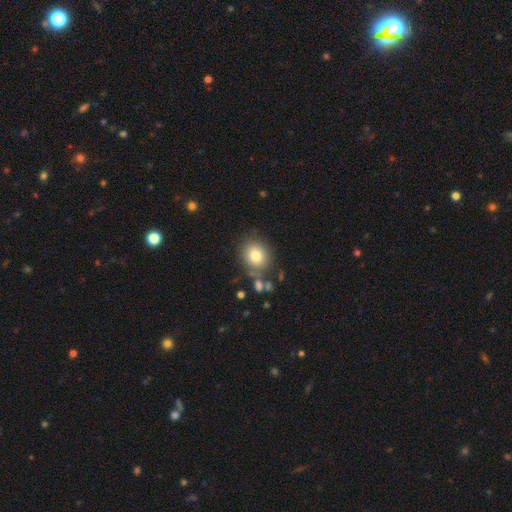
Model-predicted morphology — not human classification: smooth_or_featured: smooth (p=0.79) [alt: featured or disk p=0.11]
how_rounded: round (p=0.77) [alt: in between p=0.22]
merging: none (p=0.74) [alt: minor disturbance p=0.13]